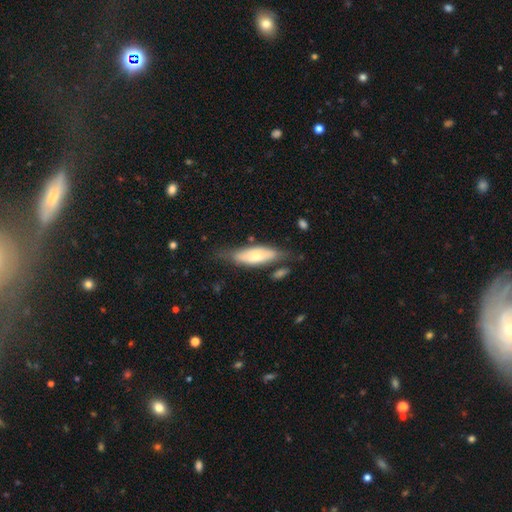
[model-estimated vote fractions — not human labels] smooth_or_featured: smooth (p=0.64) [alt: featured or disk p=0.30]
how_rounded: in between (p=0.64) [alt: cigar-shaped p=0.34]
merging: none (p=0.59) [alt: minor disturbance p=0.26]